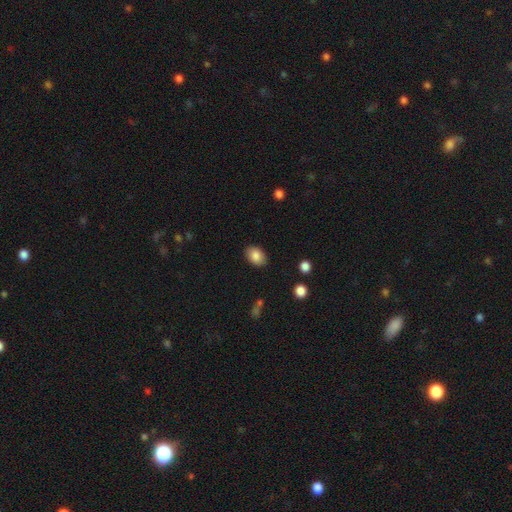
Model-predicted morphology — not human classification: type=smooth (86%); roundness=in between (81%); merging=none (86%).